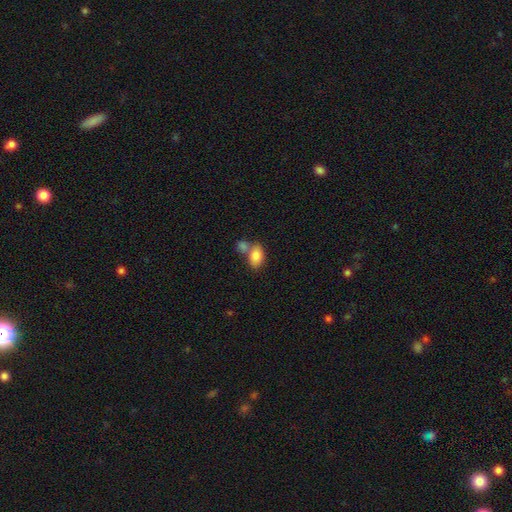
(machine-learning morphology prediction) This appears to be a smooth galaxy with no disk features (84%) that is in between round and cigar-shaped (85%). Merging: none (43%).